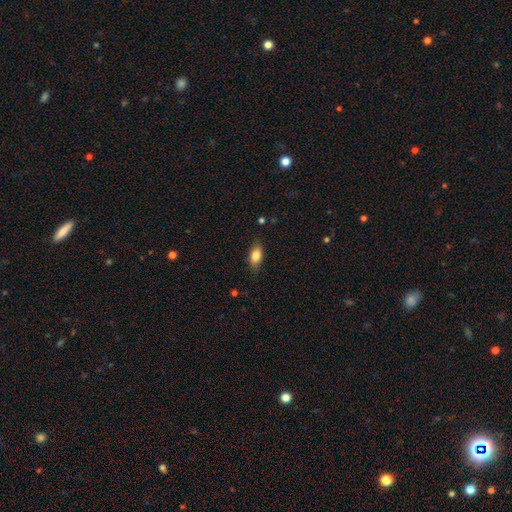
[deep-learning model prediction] This appears to be a smooth galaxy with no disk features (79%) that is in between round and cigar-shaped (84%). Merging: none (80%).